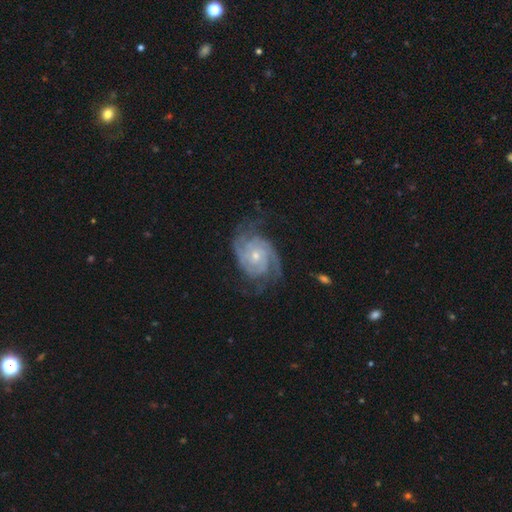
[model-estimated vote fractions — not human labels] featured or disk 89%, smooth 6%, star or artifact 5%. Down the decision tree: edge-on disk — no (98%); bar — no (72%); spiral arms — yes (97%); spiral arm count — 2 (33%); spiral winding — tight (60%); bulge size — small (60%); merging — none (66%).